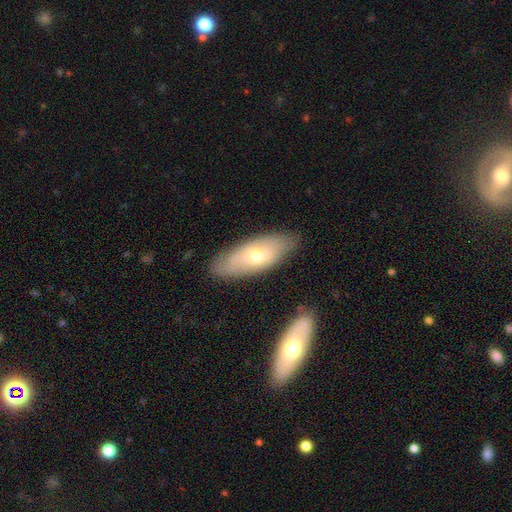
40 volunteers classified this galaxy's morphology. Smooth or featured: smooth — 48% (featured or disk — 45%)
How rounded: in between — 89% (cigar-shaped — 11%)
Merging: none — 89% (minor disturbance — 5%)